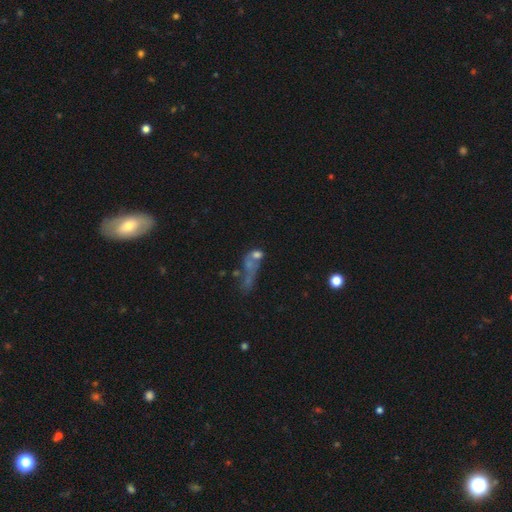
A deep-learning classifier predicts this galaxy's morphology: A smooth galaxy with no disk features (40%).

Vote fractions:
- Smooth or featured? smooth: 40% / featured or disk: 36% / star or artifact: 24%
- Merging? merger: 38% / major disturbance: 27% / none: 24% / minor disturbance: 11%